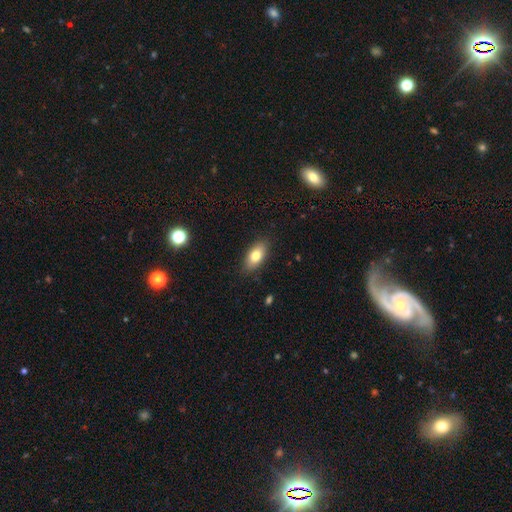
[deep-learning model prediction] Smooth or featured? Predicted: smooth (p=0.78). How rounded? Predicted: in between (p=0.87). Merging? Predicted: none (p=0.86).